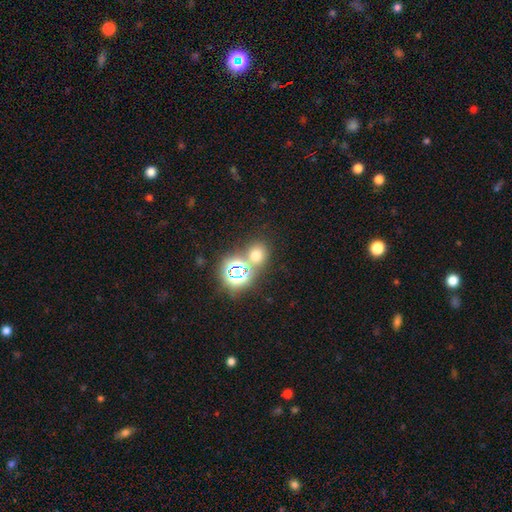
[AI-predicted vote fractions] Morphology: type=smooth (59%); roundness=round (76%); merging=none (66%).